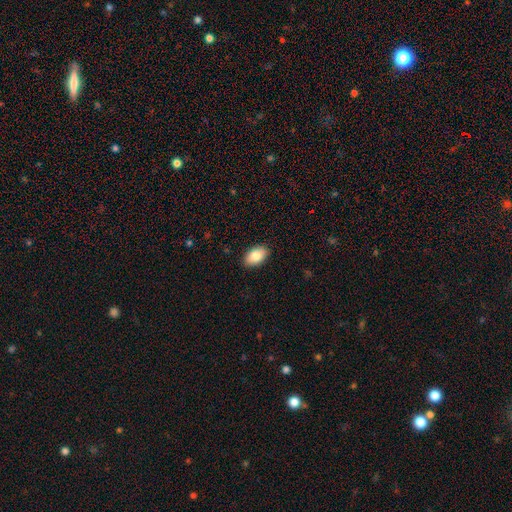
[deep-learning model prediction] smooth-or-featured: smooth: 84% | featured or disk: 9% | star or artifact: 7%
  how-rounded: in between: 93% | round: 6% | cigar-shaped: 2%
  merging: none: 89% | minor disturbance: 9% | major disturbance: 2% | merger: 1%